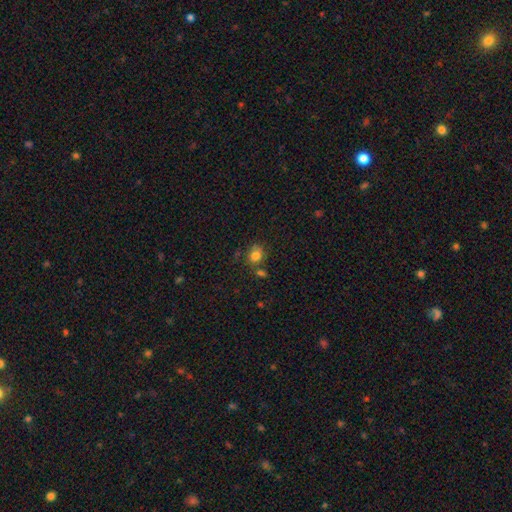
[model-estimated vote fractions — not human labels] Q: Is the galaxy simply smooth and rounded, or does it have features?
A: smooth — 79%.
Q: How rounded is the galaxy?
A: round — 64%.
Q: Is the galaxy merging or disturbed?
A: none — 63%.